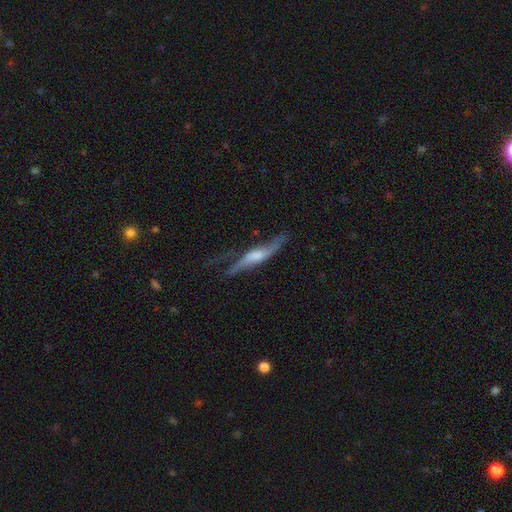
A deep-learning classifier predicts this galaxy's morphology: A featured or disk galaxy (67%) viewed edge-on (58%).

Vote fractions:
- Smooth or featured? featured or disk: 67% / smooth: 27% / star or artifact: 6%
- Edge-on disk? yes: 58% / no: 42%
- Merging? none: 46% / minor disturbance: 26% / major disturbance: 23% / merger: 4%